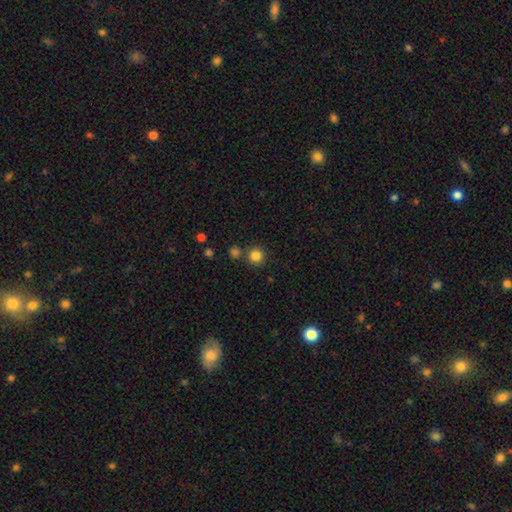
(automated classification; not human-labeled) smooth 84%, star or artifact 12%, featured or disk 4%. Down the decision tree: how rounded — round (94%); merging — none (80%).